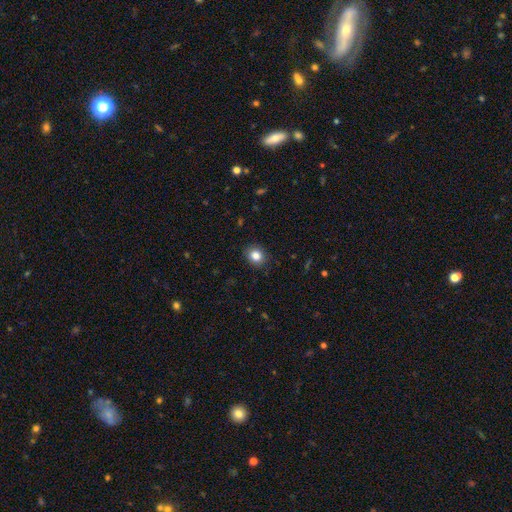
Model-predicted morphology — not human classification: Smooth or featured?
  - smooth: 84% *
  - star or artifact: 10%
  - featured or disk: 6%
How rounded?
  - round: 69% *
  - in between: 30%
  - cigar-shaped: 1%
Merging?
  - none: 89% *
  - minor disturbance: 8%
  - major disturbance: 2%
  - merger: 1%